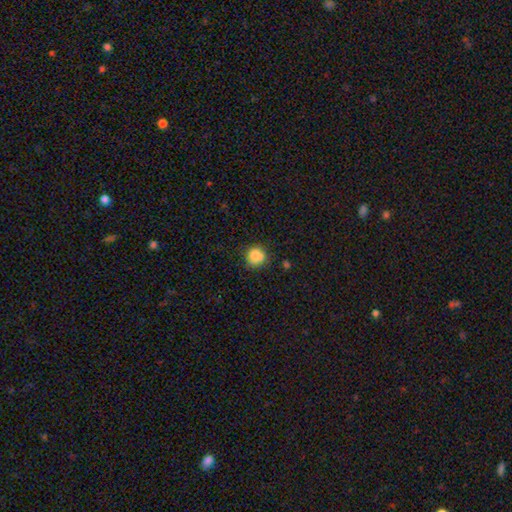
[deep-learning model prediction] A smooth galaxy with no disk features (85%) that is round (87%).

Vote fractions:
- Smooth or featured? smooth: 85% / star or artifact: 10% / featured or disk: 4%
- How rounded? round: 87% / in between: 12% / cigar-shaped: 1%
- Merging? none: 77% / minor disturbance: 16% / major disturbance: 4% / merger: 3%